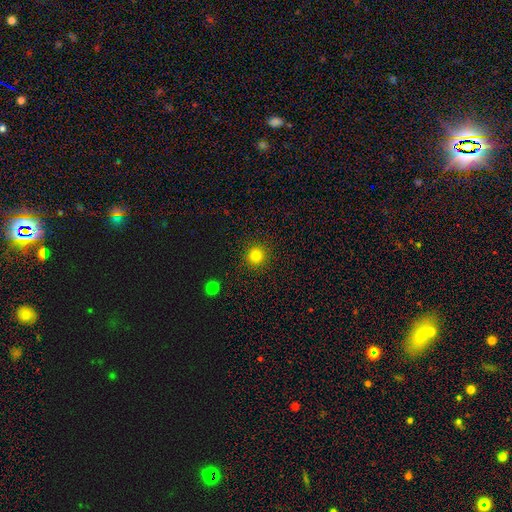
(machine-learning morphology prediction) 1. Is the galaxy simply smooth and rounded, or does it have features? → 82% smooth, 13% star or artifact, 5% featured or disk.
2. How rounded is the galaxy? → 95% round, 4% in between, 1% cigar-shaped.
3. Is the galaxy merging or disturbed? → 92% none, 5% minor disturbance, 2% major disturbance, 1% merger.